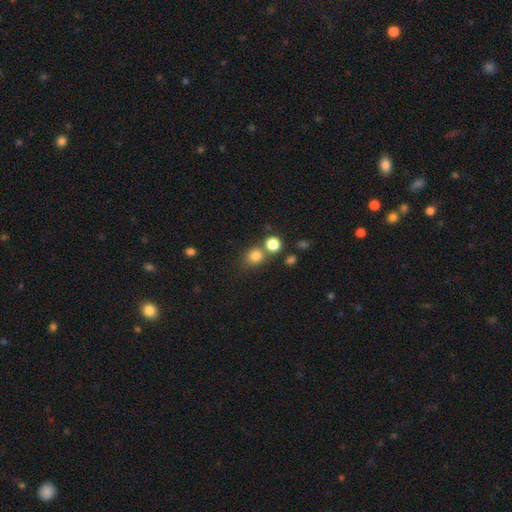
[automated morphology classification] Smooth or featured? smooth (79%)
How rounded? round (78%)
Merging? none (62%)